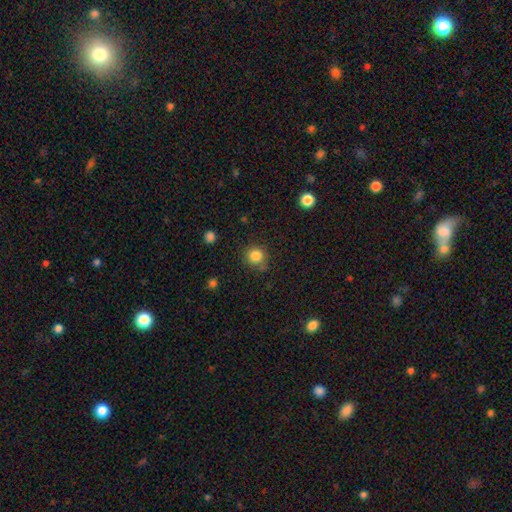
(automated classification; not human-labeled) Smooth or featured: smooth — 84% (star or artifact — 12%)
How rounded: round — 91% (in between — 8%)
Merging: none — 79% (minor disturbance — 13%)